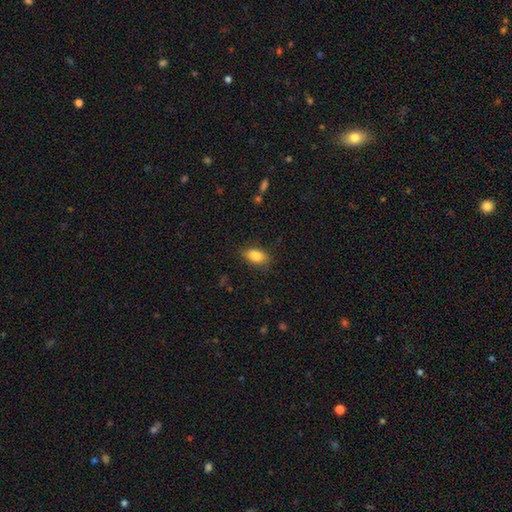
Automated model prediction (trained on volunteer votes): Smooth or featured: smooth — 86% (star or artifact — 8%)
How rounded: in between — 88% (round — 10%)
Merging: none — 81% (minor disturbance — 15%)